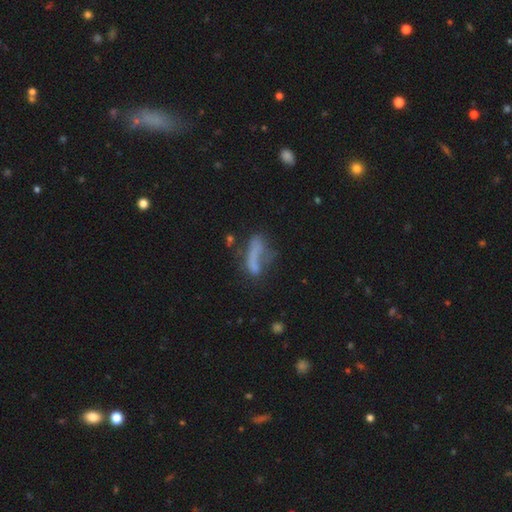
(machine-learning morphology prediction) This is possibly a smooth galaxy (52%). How rounded: possibly cigar-shaped (55%). Merging: marginally none (44%).